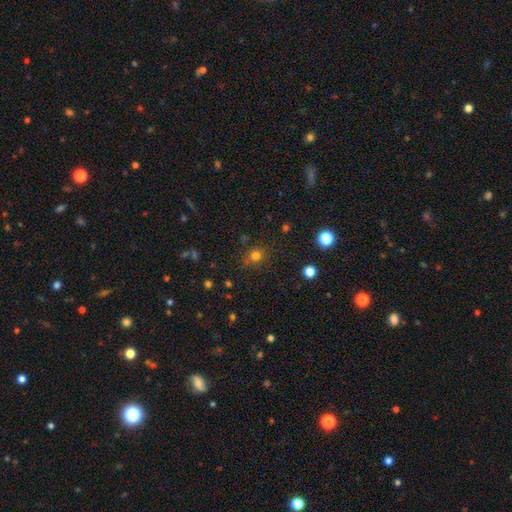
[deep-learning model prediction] This is likely a smooth galaxy (75%). How rounded: clearly round (86%). Merging: clearly none (81%).